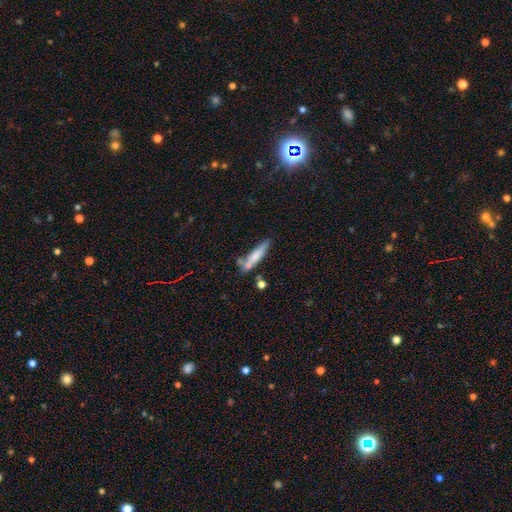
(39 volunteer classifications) Volunteers were most divided on "smooth or featured": smooth: 56%, featured or disk: 38%, star or artifact: 5%. More confident: how rounded — cigar-shaped (86%); merging — none (54%).